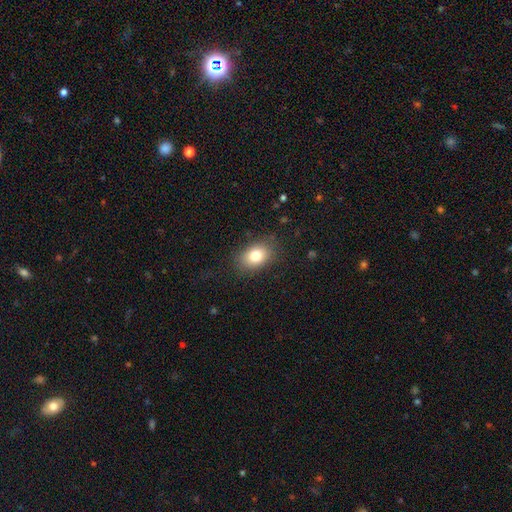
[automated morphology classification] type=smooth (79%); roundness=in between (76%); merging=none (83%).